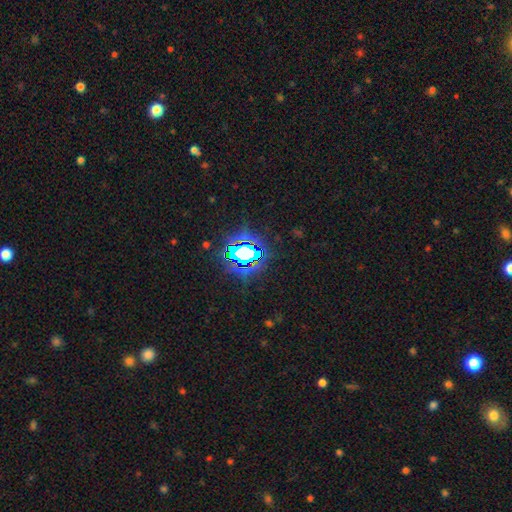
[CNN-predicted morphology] Q: Smooth or featured?
A: star or artifact (75%); runner-up: smooth (15%)